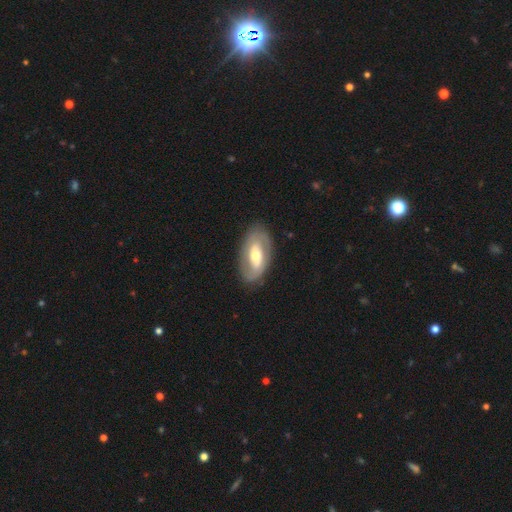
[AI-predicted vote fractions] This appears to be a featured or disk galaxy (68%) with a weak bar (36%), spiral arms (66%) and a moderate central bulge (66%). Merging: none (83%).